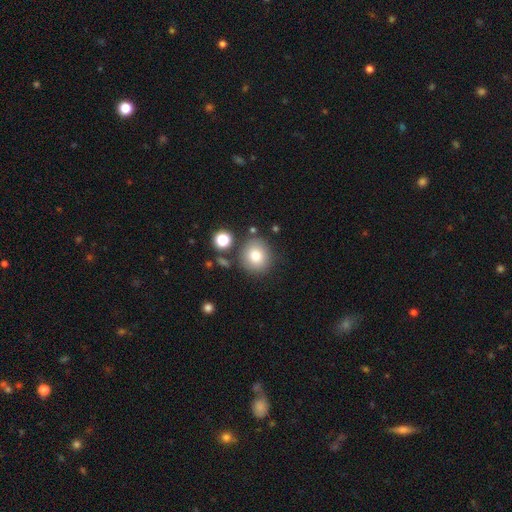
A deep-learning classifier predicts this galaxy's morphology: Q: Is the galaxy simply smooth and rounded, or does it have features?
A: smooth — 78%.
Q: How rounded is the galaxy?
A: round — 86%.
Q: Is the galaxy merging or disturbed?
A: none — 79%.